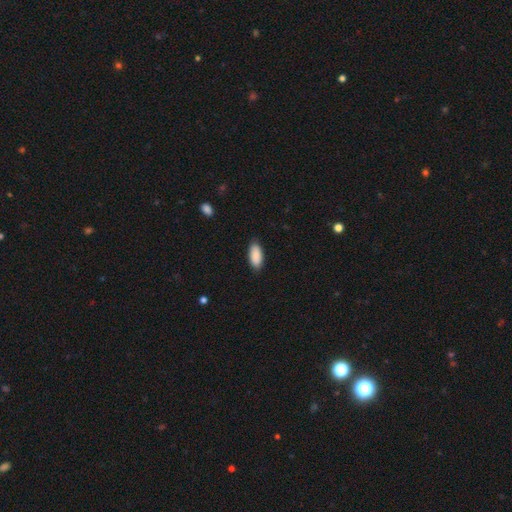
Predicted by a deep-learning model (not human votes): Overall: smooth (91%). How rounded: in between (89%). Merging: none (86%).